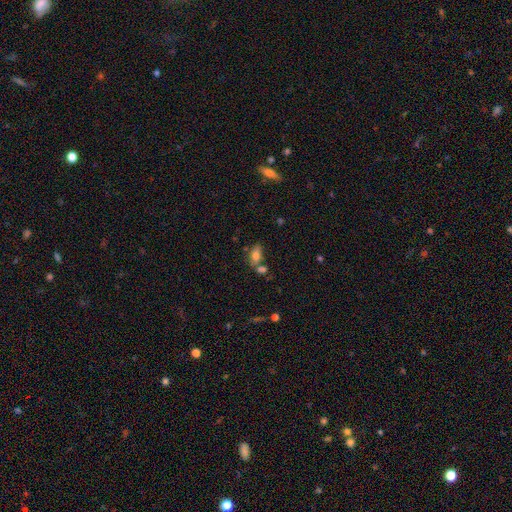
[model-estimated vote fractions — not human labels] Smooth or featured: smooth — 75% (featured or disk — 14%)
How rounded: in between — 86% (cigar-shaped — 8%)
Merging: none — 54% (merger — 25%)